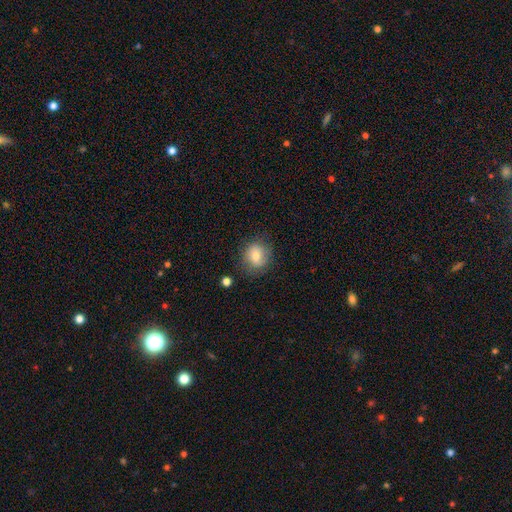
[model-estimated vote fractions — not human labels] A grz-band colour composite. It shows a smooth galaxy with no disk features (70%) that is round (75%). Merging: none (76%).